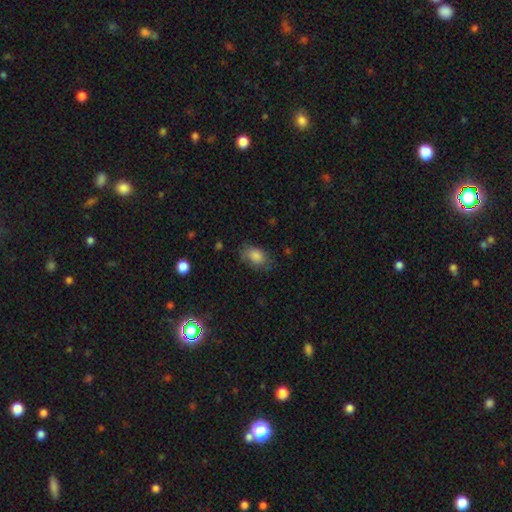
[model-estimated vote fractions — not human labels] This appears to be a smooth galaxy with no disk features (83%) that is in between round and cigar-shaped (82%). Merging: none (69%).